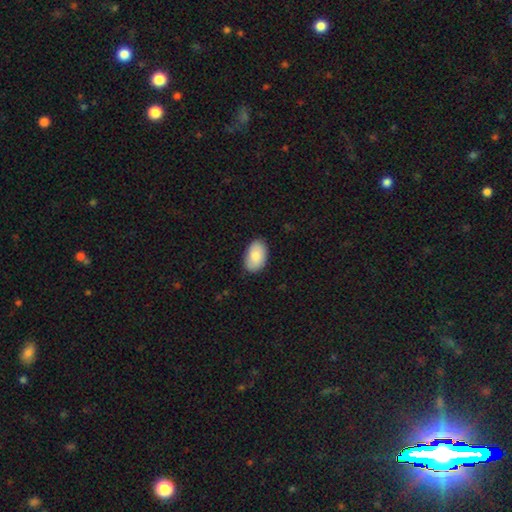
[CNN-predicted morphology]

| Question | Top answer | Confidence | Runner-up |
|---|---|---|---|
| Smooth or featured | smooth | 85% | featured or disk (9%) |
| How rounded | in between | 92% | round (7%) |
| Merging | none | 84% | minor disturbance (13%) |